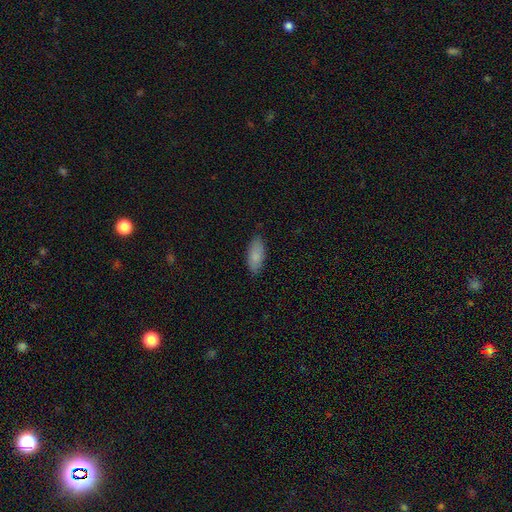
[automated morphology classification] Smooth or featured: smooth — 85% (featured or disk — 9%)
How rounded: in between — 85% (cigar-shaped — 13%)
Merging: none — 82% (minor disturbance — 14%)